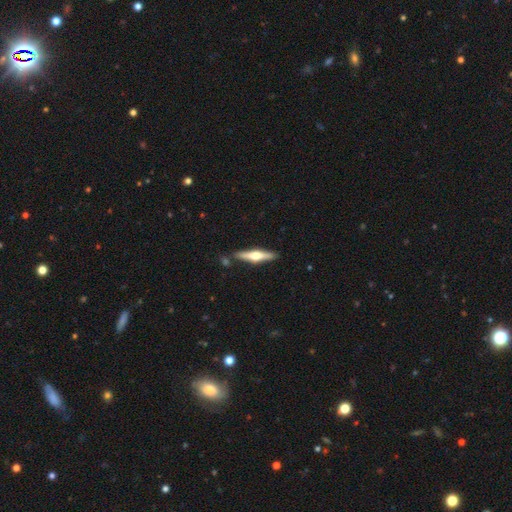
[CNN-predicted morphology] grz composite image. It shows a featured or disk galaxy (67%) viewed edge-on (97%) with a rounded central bulge (94%). Merging: none (85%).